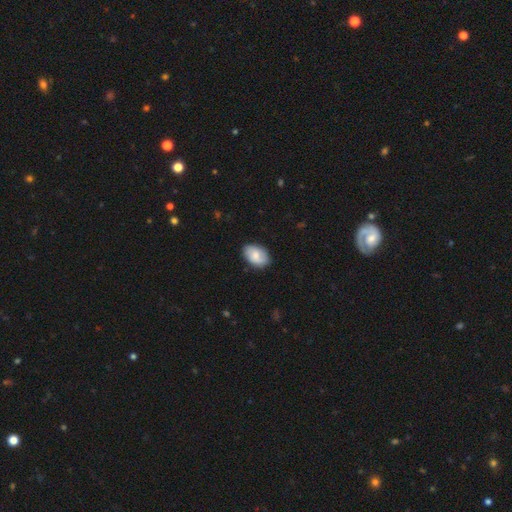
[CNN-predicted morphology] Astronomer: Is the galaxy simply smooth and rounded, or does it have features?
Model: smooth — 74%.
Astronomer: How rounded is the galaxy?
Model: in between — 88%.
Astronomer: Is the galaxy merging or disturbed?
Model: none — 83%.